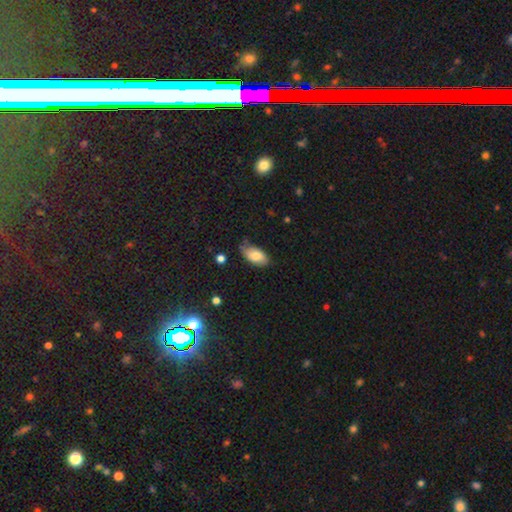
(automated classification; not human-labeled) Smooth or featured? Predicted: smooth (p=0.79). How rounded? Predicted: in between (p=0.94). Merging? Predicted: none (p=0.63).